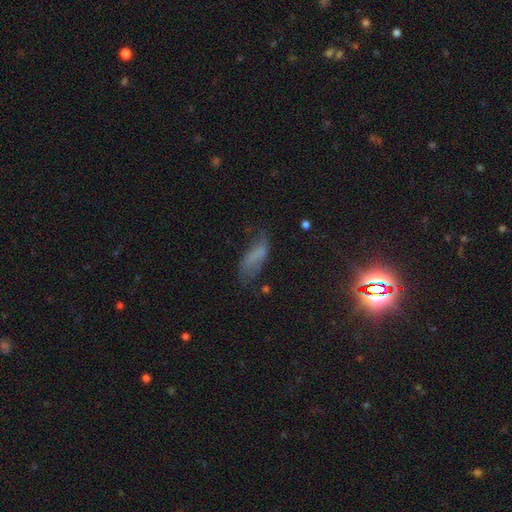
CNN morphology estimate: Smooth or featured? smooth (52%)
How rounded? in between (71%)
Merging? none (44%)